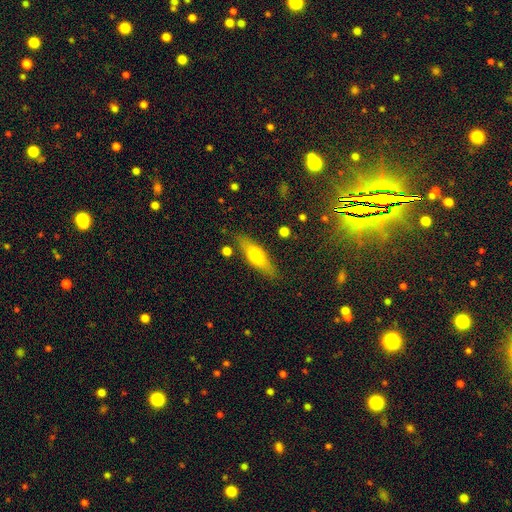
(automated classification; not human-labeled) A smooth galaxy with no disk features (58%) that is cigar-shaped (55%).

Vote fractions:
- Smooth or featured? smooth: 58% / featured or disk: 35% / star or artifact: 7%
- How rounded? cigar-shaped: 55% / in between: 42% / round: 3%
- Merging? none: 81% / minor disturbance: 13% / major disturbance: 3% / merger: 3%